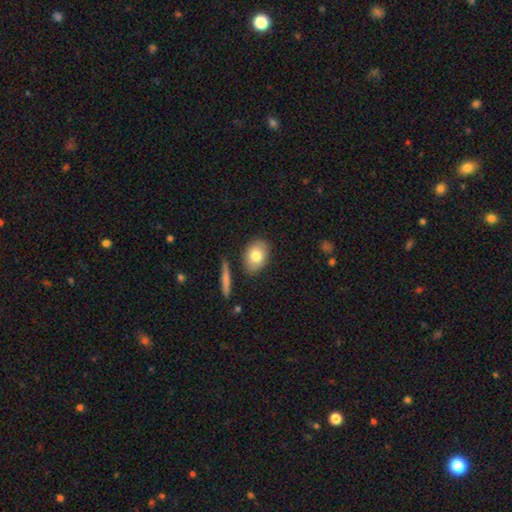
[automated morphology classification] Q: Smooth or featured?
A: smooth (78%); runner-up: featured or disk (14%)
Q: How rounded?
A: in between (74%); runner-up: round (23%)
Q: Merging?
A: none (82%); runner-up: minor disturbance (11%)